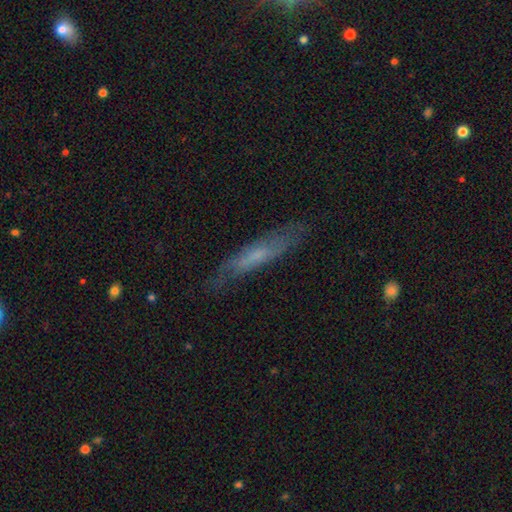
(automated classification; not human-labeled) A smooth galaxy with no disk features (48%). Merging: none (75%).